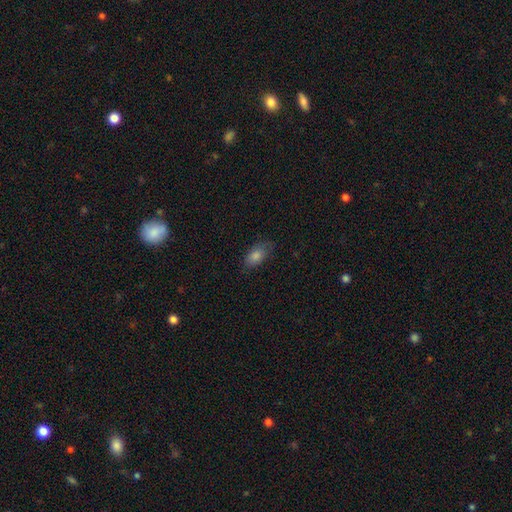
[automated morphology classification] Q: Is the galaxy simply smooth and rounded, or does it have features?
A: smooth — 81%.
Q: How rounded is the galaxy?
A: in between — 88%.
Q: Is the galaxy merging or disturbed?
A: none — 76%.